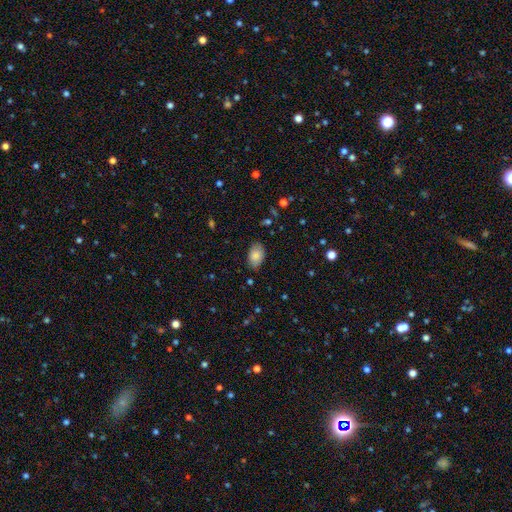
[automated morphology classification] Smooth or featured? Predicted: smooth (p=0.84). How rounded? Predicted: in between (p=0.91). Merging? Predicted: none (p=0.79).